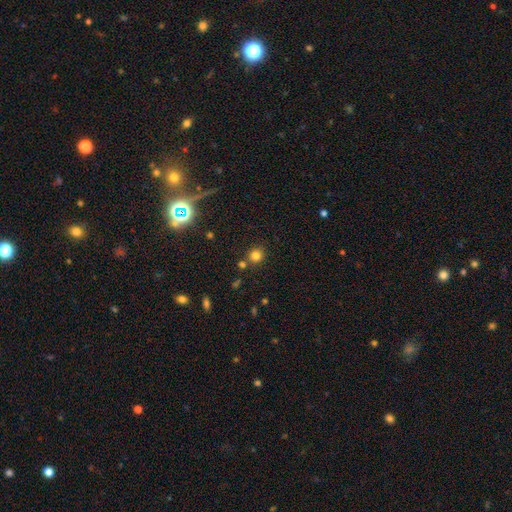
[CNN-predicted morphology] Smooth or featured?
  - smooth: 78% *
  - star or artifact: 16%
  - featured or disk: 6%
How rounded?
  - round: 89% *
  - in between: 10%
  - cigar-shaped: 1%
Merging?
  - none: 77% *
  - merger: 12%
  - minor disturbance: 8%
  - major disturbance: 3%